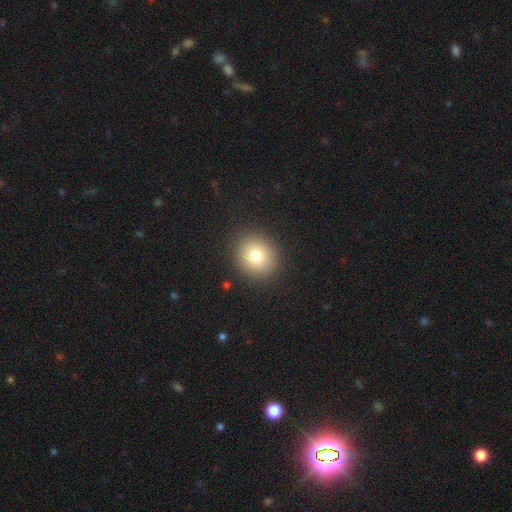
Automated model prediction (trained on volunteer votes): smooth-or-featured: smooth: 80% | star or artifact: 11% | featured or disk: 9%
  how-rounded: round: 82% | in between: 17% | cigar-shaped: 1%
  merging: none: 90% | minor disturbance: 7% | major disturbance: 3% | merger: 1%